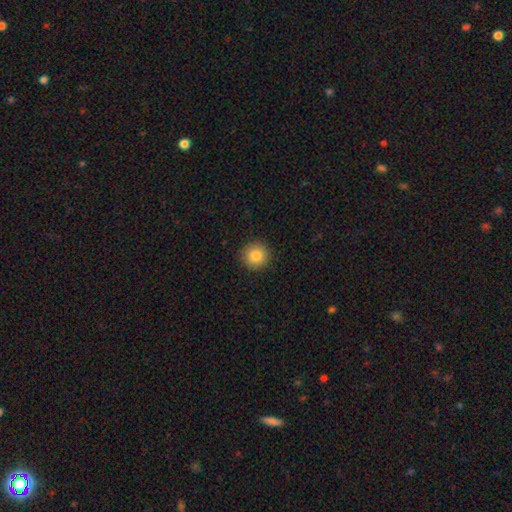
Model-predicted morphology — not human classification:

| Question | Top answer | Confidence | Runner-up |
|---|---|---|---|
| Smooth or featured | smooth | 85% | star or artifact (9%) |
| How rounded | round | 94% | in between (5%) |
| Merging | none | 91% | minor disturbance (6%) |